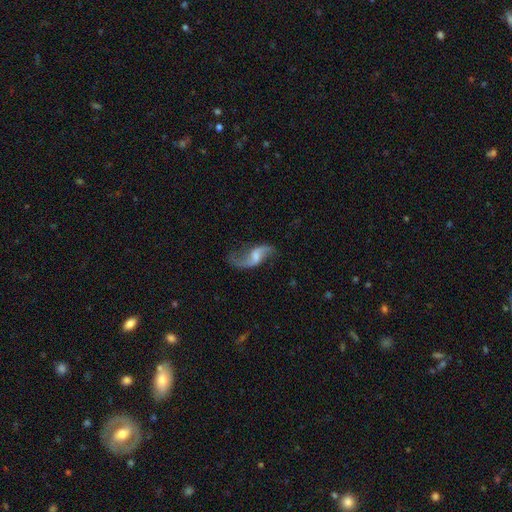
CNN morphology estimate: This is clearly a featured or disk galaxy (85%). It is clearly not viewed edge-on (97%). Bar: possibly weak (50%). Spiral arm pattern: clearly yes (95%). Spiral arm count: clearly 2 (92%). Spiral winding: clearly loose (84%). Central bulge: marginally moderate (35%, tied with small). Merging: likely none (70%).